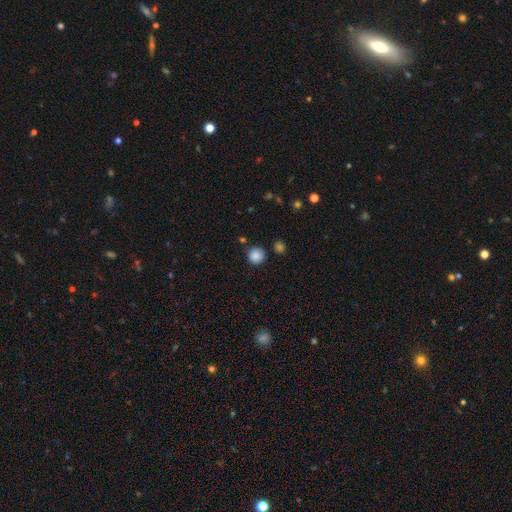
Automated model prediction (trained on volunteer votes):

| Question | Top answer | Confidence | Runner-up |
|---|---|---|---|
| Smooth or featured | smooth | 86% | star or artifact (10%) |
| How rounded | round | 94% | in between (5%) |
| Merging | none | 85% | minor disturbance (8%) |